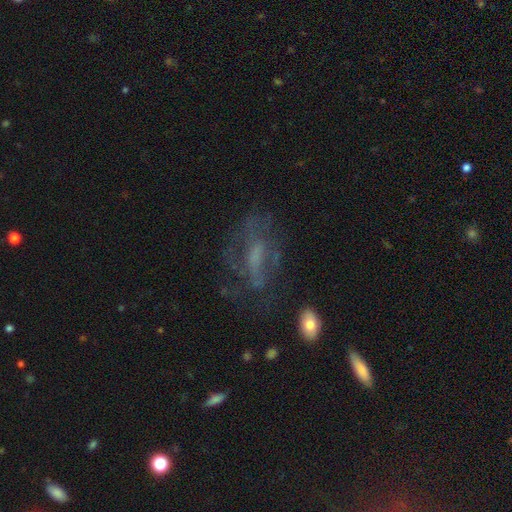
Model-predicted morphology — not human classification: The model was most divided on "spiral arms": no: 52%, yes: 48%. Remaining: edge-on disk — no (92%); smooth or featured — featured or disk (59%); merging — none (54%); bar — no (52%); bulge size — none (40%).